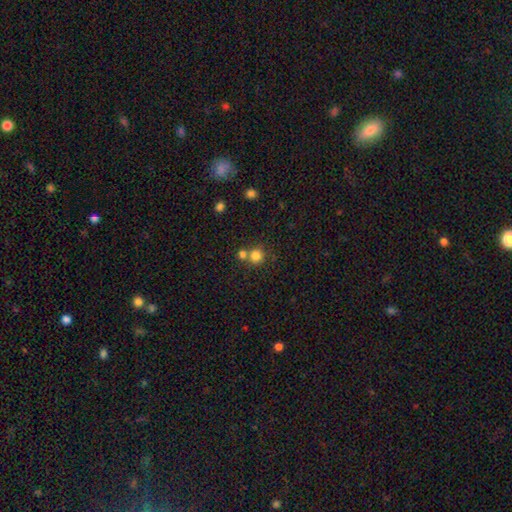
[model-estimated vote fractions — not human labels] A smooth galaxy with no disk features (82%) that is round (91%).

Vote fractions:
- Smooth or featured? smooth: 82% / star or artifact: 12% / featured or disk: 6%
- How rounded? round: 91% / in between: 8% / cigar-shaped: 1%
- Merging? none: 60% / merger: 30% / minor disturbance: 7% / major disturbance: 3%